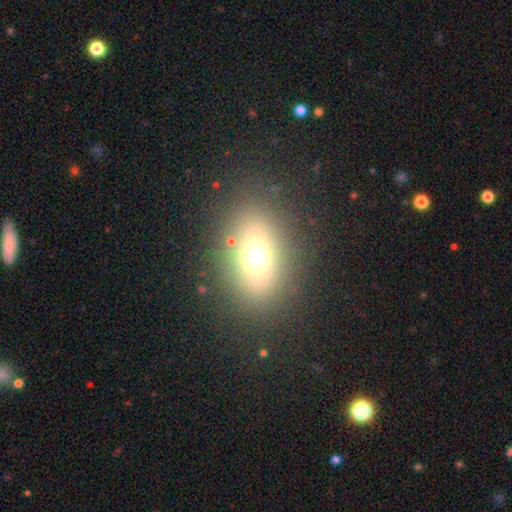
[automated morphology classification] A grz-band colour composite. It shows a smooth galaxy with no disk features (63%) that is in between round and cigar-shaped (69%). Merging: none (84%).